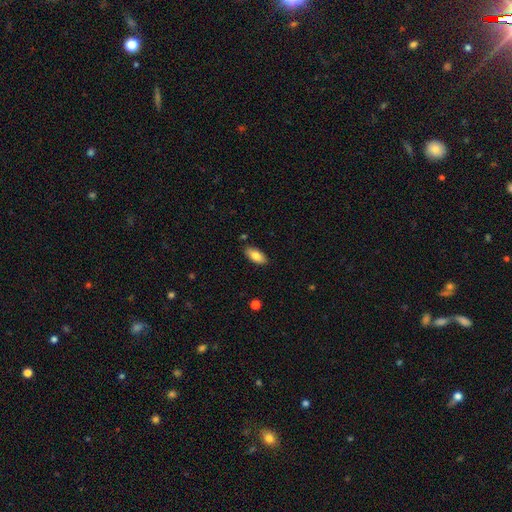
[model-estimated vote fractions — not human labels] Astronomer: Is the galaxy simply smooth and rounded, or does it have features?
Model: smooth — 82%.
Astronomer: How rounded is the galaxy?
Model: in between — 89%.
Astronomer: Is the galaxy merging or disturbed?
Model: none — 85%.